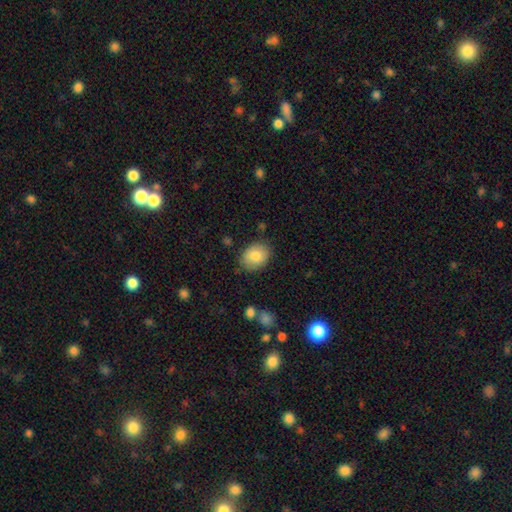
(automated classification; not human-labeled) This is clearly a smooth galaxy (82%). How rounded: likely in between (62%). Merging: clearly none (82%).